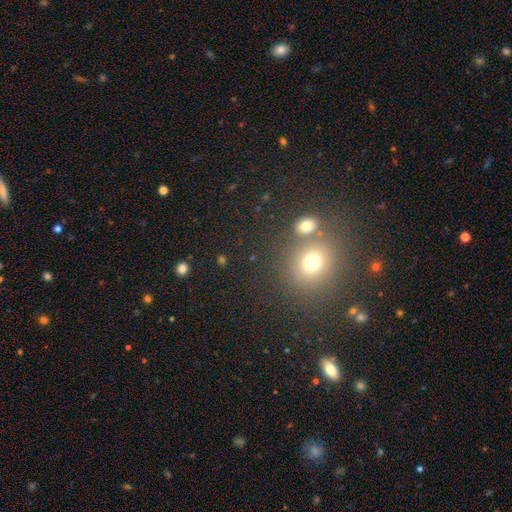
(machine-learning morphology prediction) Q: Smooth or featured?
A: smooth (57%); runner-up: star or artifact (34%)
Q: How rounded?
A: round (84%); runner-up: in between (15%)
Q: Merging?
A: none (75%); runner-up: merger (14%)